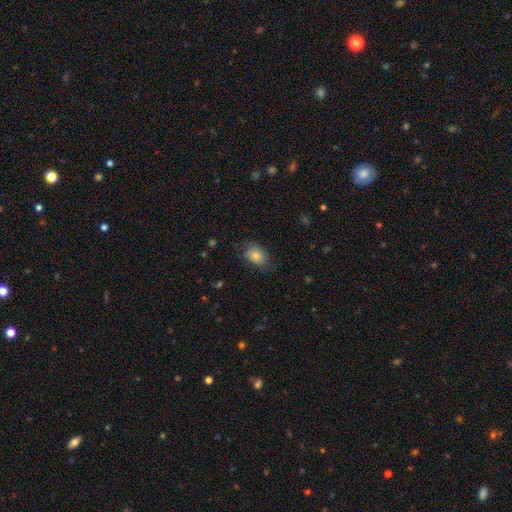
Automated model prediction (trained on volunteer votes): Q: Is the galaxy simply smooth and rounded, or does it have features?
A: smooth — 76%.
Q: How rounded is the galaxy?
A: in between — 77%.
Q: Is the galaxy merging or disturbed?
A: none — 64%.